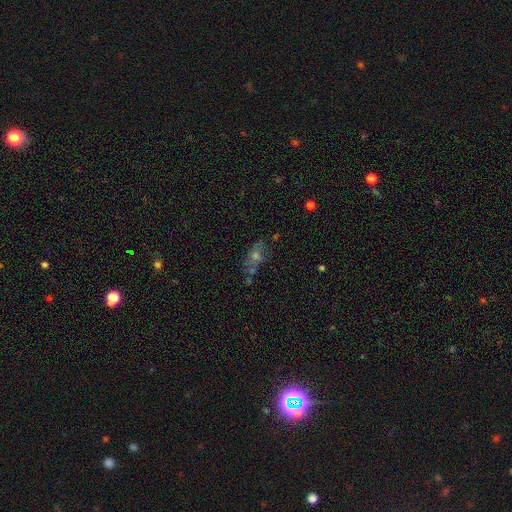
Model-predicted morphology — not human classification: Q: Smooth or featured?
A: smooth (47%); runner-up: featured or disk (30%)
Q: Merging?
A: none (56%); runner-up: minor disturbance (19%)